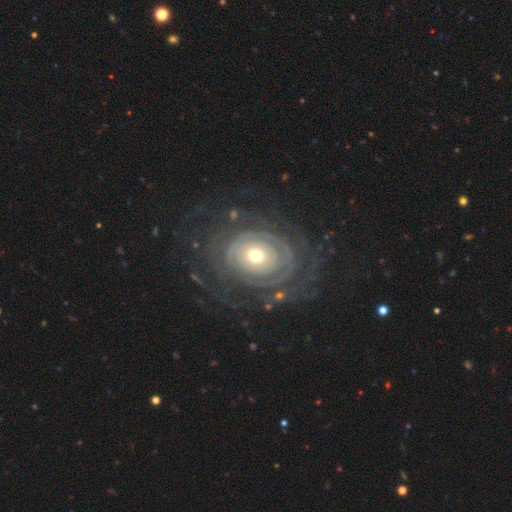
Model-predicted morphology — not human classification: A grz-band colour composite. It shows a featured or disk galaxy (83%) with no bar (85%), tight (79%) spiral arms (85%) and a moderate central bulge (55%). Merging: none (68%).